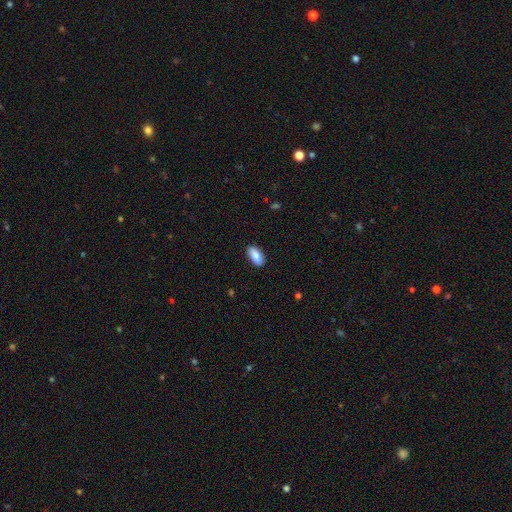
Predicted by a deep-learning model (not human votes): smooth-or-featured: smooth: 85% | featured or disk: 9% | star or artifact: 6%
  how-rounded: in between: 89% | cigar-shaped: 8% | round: 2%
  merging: none: 87% | minor disturbance: 10% | major disturbance: 2% | merger: 1%